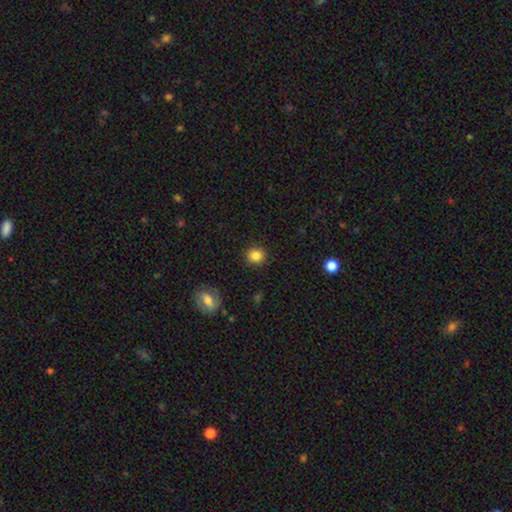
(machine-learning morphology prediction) A smooth galaxy with no disk features (84%) that is round (87%). Merging: none (90%).